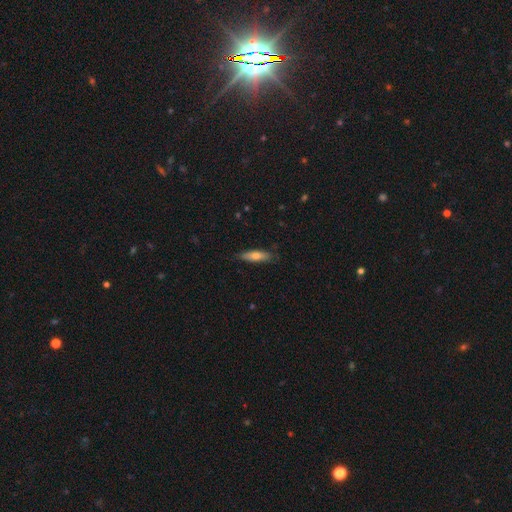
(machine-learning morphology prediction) Q: Smooth or featured?
A: smooth (68%); runner-up: featured or disk (26%)
Q: How rounded?
A: cigar-shaped (62%); runner-up: in between (36%)
Q: Merging?
A: none (81%); runner-up: minor disturbance (15%)